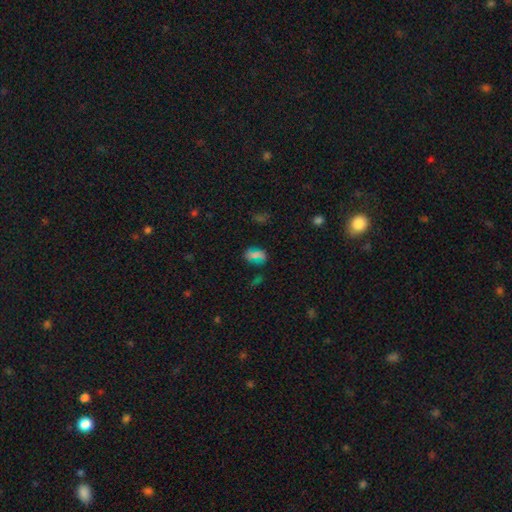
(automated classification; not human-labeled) smooth-or-featured: smooth: 56% | star or artifact: 31% | featured or disk: 13%
  how-rounded: in between: 75% | round: 21% | cigar-shaped: 4%
  merging: none: 66% | minor disturbance: 18% | major disturbance: 8% | merger: 7%